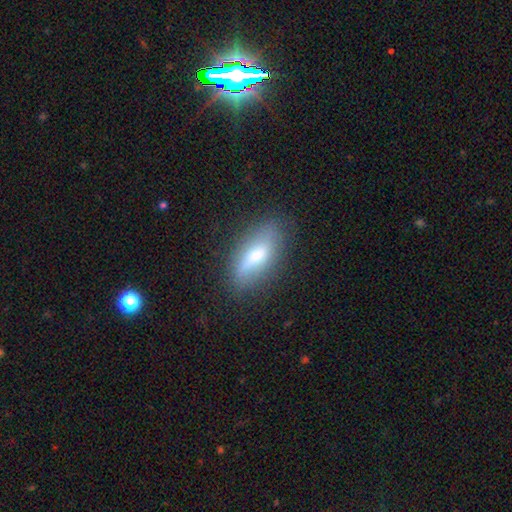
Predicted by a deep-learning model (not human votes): Q: Smooth or featured?
A: smooth (53%); runner-up: featured or disk (40%)
Q: How rounded?
A: in between (68%); runner-up: cigar-shaped (28%)
Q: Merging?
A: none (75%); runner-up: minor disturbance (18%)